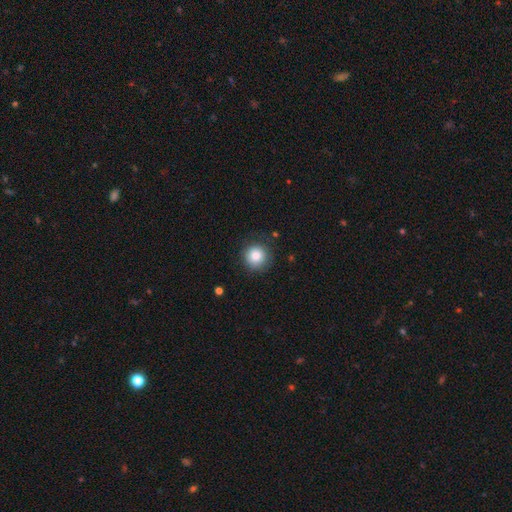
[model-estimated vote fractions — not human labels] smooth-or-featured: smooth: 85% | star or artifact: 9% | featured or disk: 6%
  how-rounded: round: 94% | in between: 5% | cigar-shaped: 1%
  merging: none: 83% | minor disturbance: 12% | major disturbance: 4% | merger: 1%